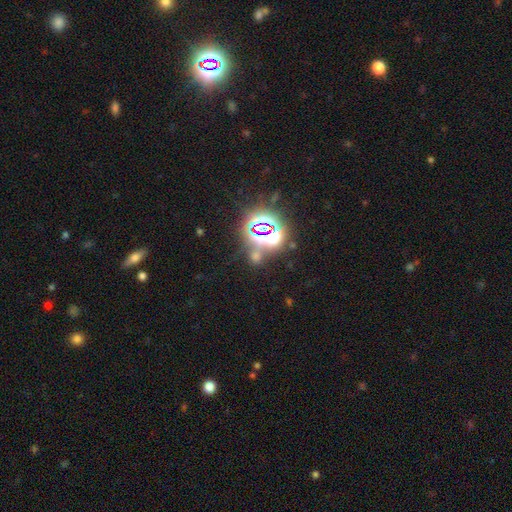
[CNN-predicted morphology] Overall: star or artifact (64%; smooth 27%).